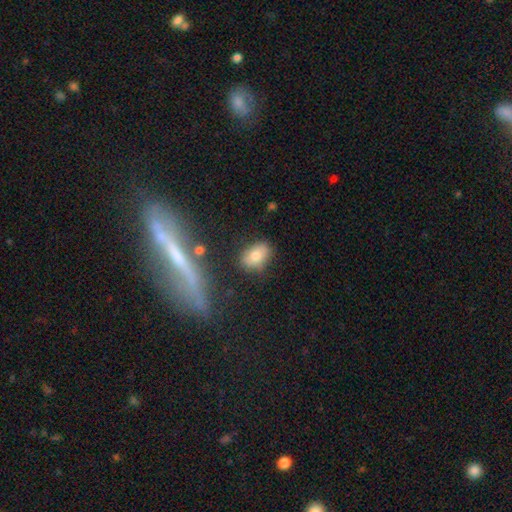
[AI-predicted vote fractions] Morphology: type=smooth (75%); roundness=in between (82%); merging=none (79%).